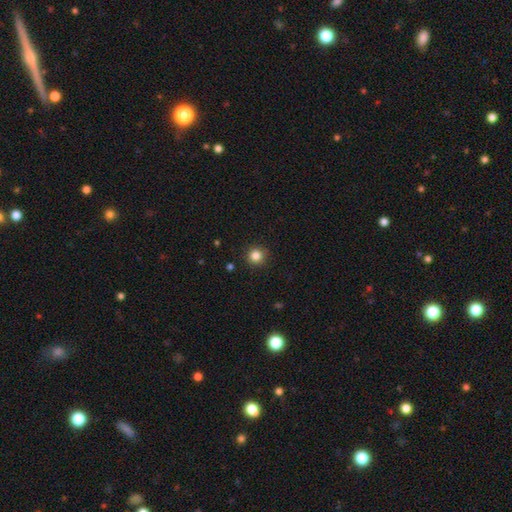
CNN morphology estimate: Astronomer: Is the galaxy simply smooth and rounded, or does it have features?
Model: smooth — 83%.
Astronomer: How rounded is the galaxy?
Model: round — 95%.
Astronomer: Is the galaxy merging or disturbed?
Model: none — 92%.